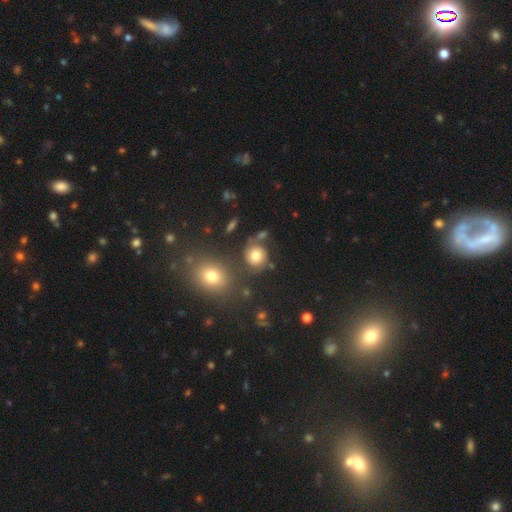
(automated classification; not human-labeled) A smooth galaxy with no disk features (71%) that is round (82%).

Vote fractions:
- Smooth or featured? smooth: 71% / featured or disk: 16% / star or artifact: 14%
- How rounded? round: 82% / in between: 17% / cigar-shaped: 1%
- Merging? none: 69% / minor disturbance: 14% / merger: 10% / major disturbance: 7%